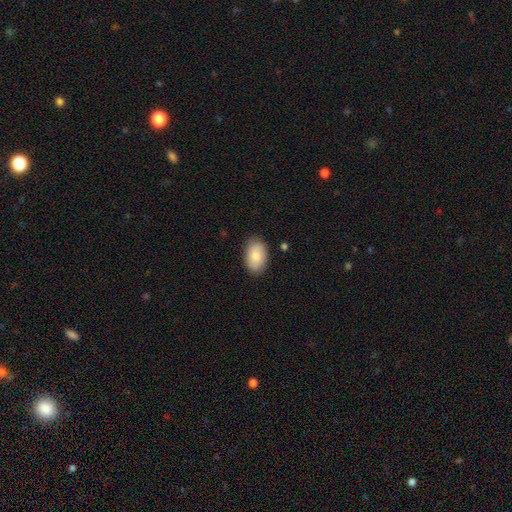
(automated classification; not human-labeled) A smooth galaxy with no disk features (82%) that is in between round and cigar-shaped (91%). Merging: none (84%).